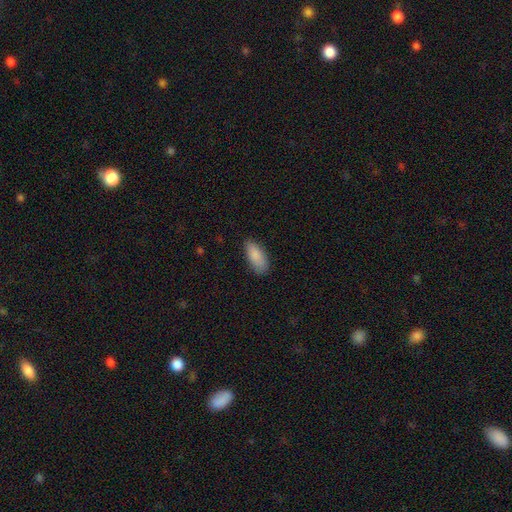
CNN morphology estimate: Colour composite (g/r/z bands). It shows a smooth galaxy with no disk features (88%) that is in between round and cigar-shaped (83%). Merging: none (81%).